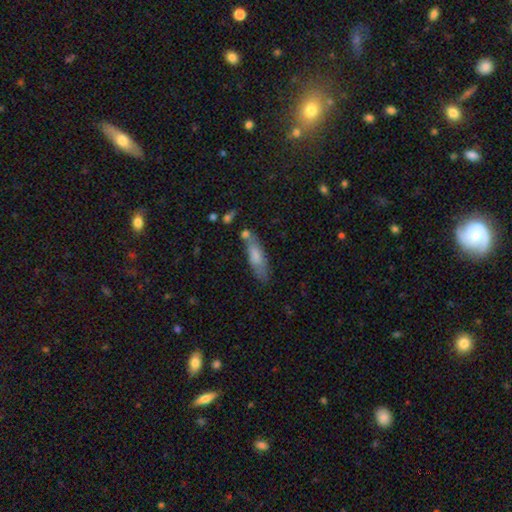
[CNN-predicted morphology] A smooth galaxy with no disk features (74%) that is cigar-shaped (56%).

Vote fractions:
- Smooth or featured? smooth: 74% / featured or disk: 20% / star or artifact: 7%
- How rounded? cigar-shaped: 56% / in between: 42% / round: 2%
- Merging? none: 62% / minor disturbance: 21% / merger: 11% / major disturbance: 6%